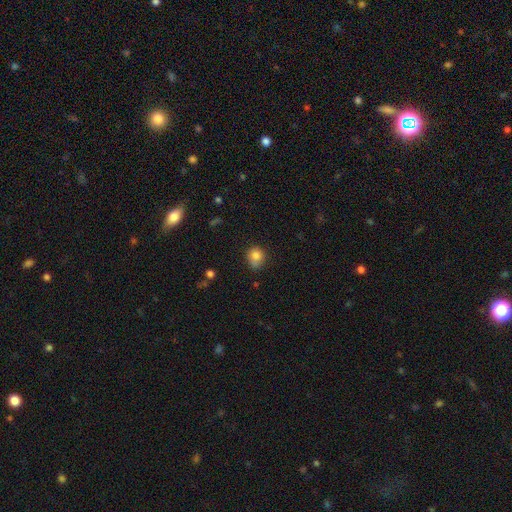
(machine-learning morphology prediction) The model was most divided on "merging": none: 56%, minor disturbance: 30%, major disturbance: 8%, merger: 6%. More confident: smooth or featured — smooth (81%); how rounded — round (72%).